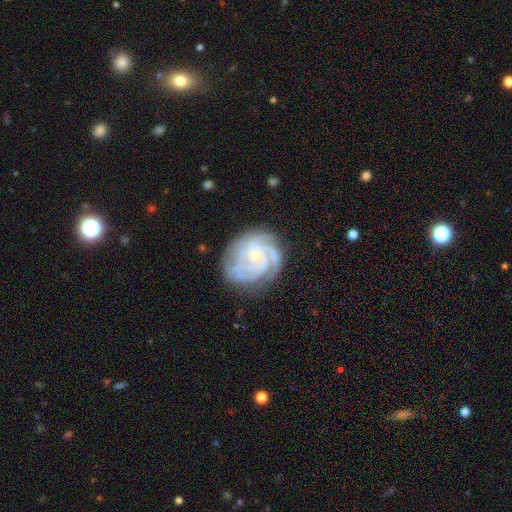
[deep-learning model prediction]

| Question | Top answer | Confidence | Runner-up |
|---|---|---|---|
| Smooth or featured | featured or disk | 86% | smooth (7%) |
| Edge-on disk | no | 97% | yes (3%) |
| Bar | no | 77% | weak (18%) |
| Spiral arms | yes | 98% | no (2%) |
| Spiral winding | tight | 75% | medium (22%) |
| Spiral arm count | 4 | 30% | tied: 3 (30%) |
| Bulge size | small | 78% | moderate (18%) |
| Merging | none | 76% | minor disturbance (17%) |